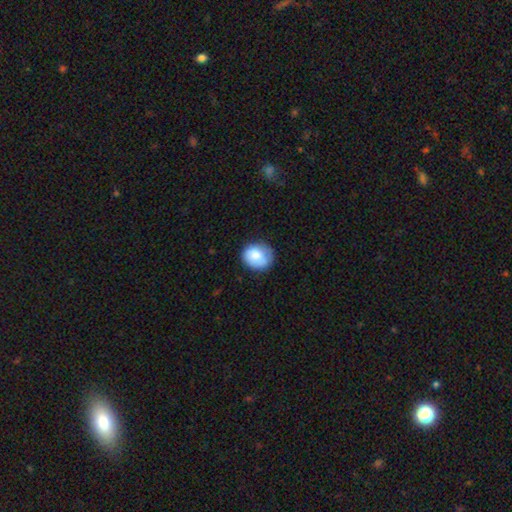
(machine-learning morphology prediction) Overall: smooth (80%). How rounded: round (72%). Merging: none (72%).